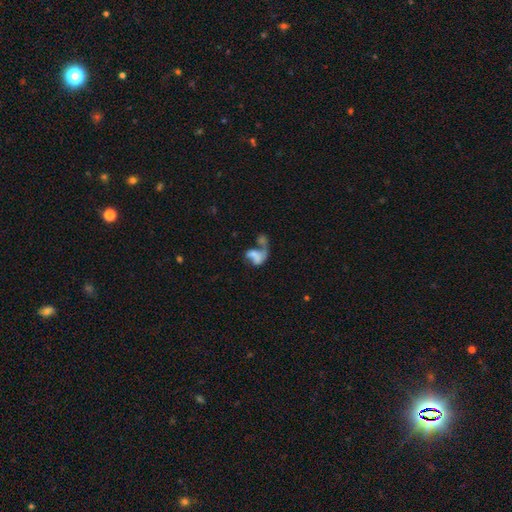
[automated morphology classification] This appears to be a featured or disk galaxy (46%). Merging: merger (48%).